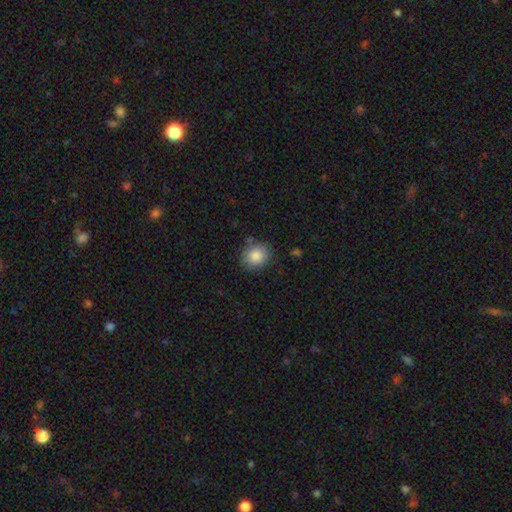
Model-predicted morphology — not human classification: smooth 86%, star or artifact 8%, featured or disk 6%. Down the decision tree: how rounded — round (69%); merging — none (83%).